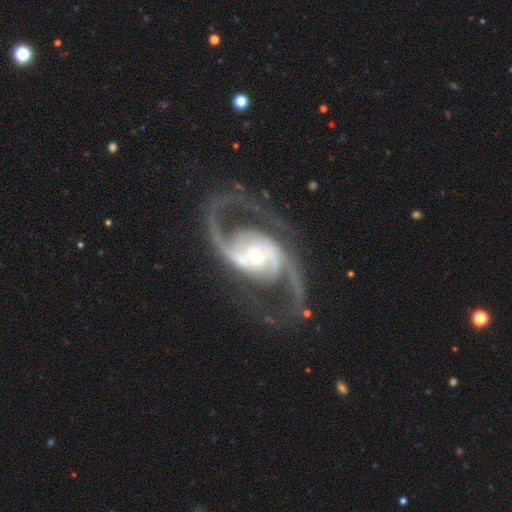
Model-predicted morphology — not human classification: Smooth or featured? Predicted: featured or disk (p=0.93). Edge-on disk? Predicted: no (p=0.97). Bar? Predicted: no (p=0.45). Spiral arms? Predicted: yes (p=0.98). Spiral winding? Predicted: medium (p=0.51). Spiral arm count? Predicted: 2 (p=0.92). Bulge size? Predicted: moderate (p=0.67). Merging? Predicted: none (p=0.71).